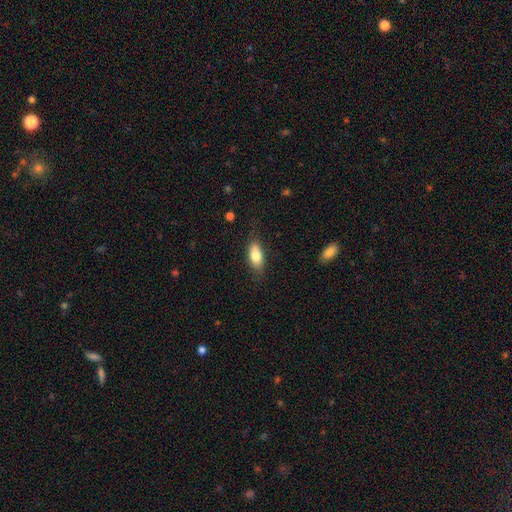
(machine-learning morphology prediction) A smooth galaxy with no disk features (79%) that is in between round and cigar-shaped (84%).

Vote fractions:
- Smooth or featured? smooth: 79% / featured or disk: 14% / star or artifact: 7%
- How rounded? in between: 84% / cigar-shaped: 13% / round: 4%
- Merging? none: 78% / minor disturbance: 17% / major disturbance: 4% / merger: 1%